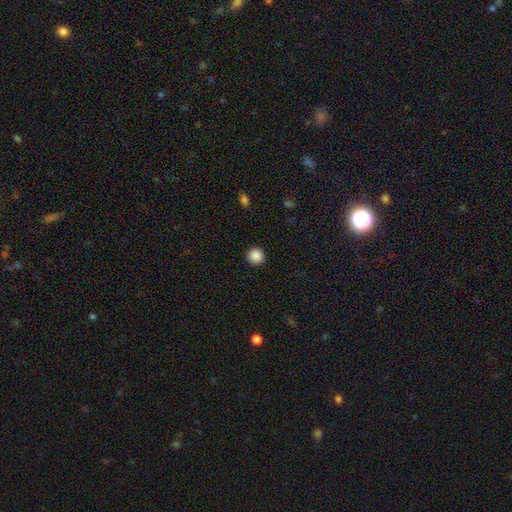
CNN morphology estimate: Smooth or featured: smooth — 88% (star or artifact — 9%)
How rounded: round — 94% (in between — 5%)
Merging: none — 92% (minor disturbance — 5%)